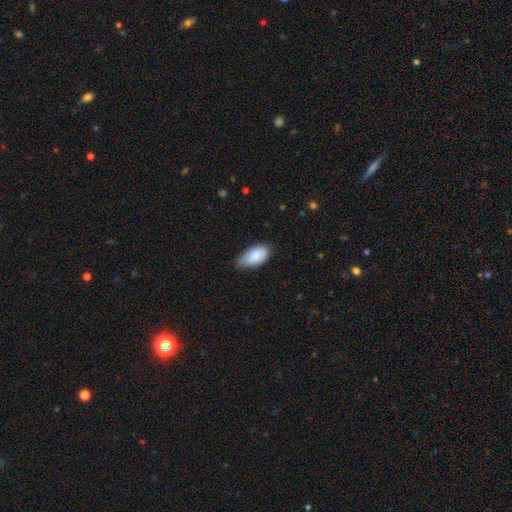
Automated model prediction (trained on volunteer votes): This is clearly a smooth galaxy (84%). How rounded: clearly in between (94%). Merging: possibly none (53%).